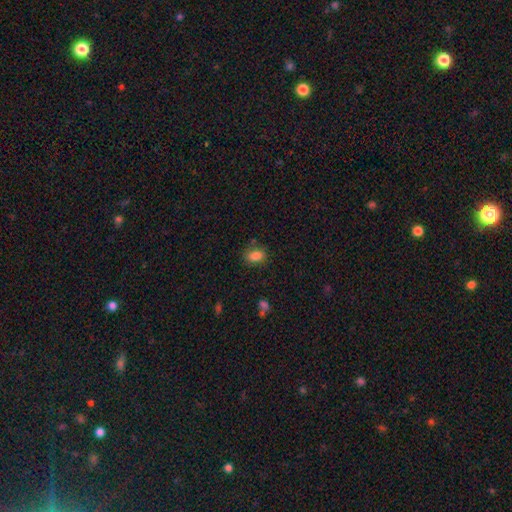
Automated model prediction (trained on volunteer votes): Overall: smooth (85%). How rounded: in between (81%). Merging: none (77%).